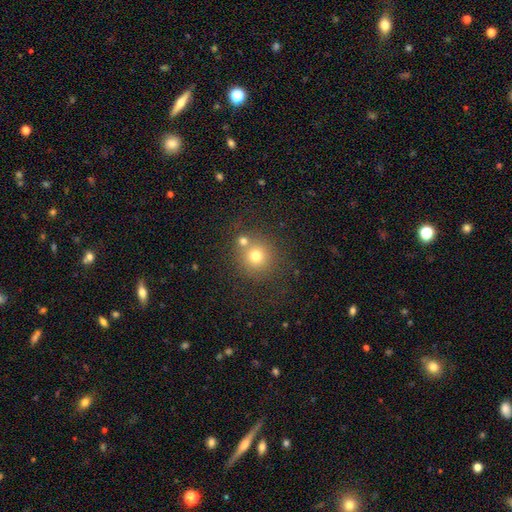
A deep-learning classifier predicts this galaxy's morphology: This appears to be a smooth galaxy with no disk features (73%) that is round (92%). Merging: none (65%).